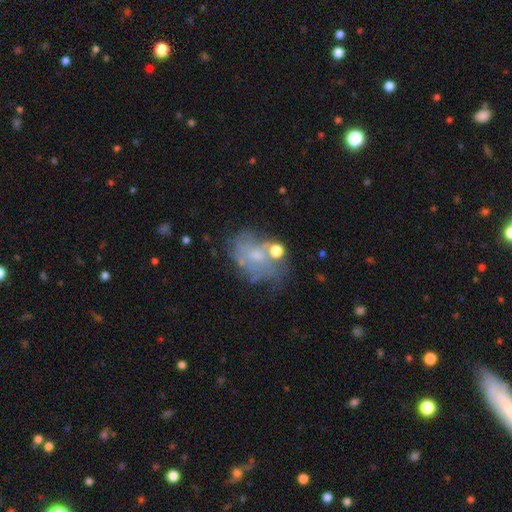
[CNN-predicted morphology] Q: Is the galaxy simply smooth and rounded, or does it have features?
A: featured or disk — 57%.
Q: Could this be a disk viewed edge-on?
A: no — 97%.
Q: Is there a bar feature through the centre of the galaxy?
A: no — 77%.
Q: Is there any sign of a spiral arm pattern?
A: no — 51%.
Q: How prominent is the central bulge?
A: small — 50%.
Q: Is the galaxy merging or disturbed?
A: none — 44%.